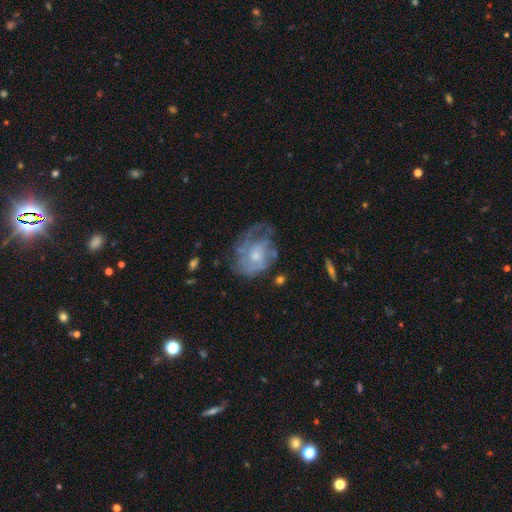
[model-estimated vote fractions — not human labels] Overall: featured or disk (70%). Edge-on disk: no (97%). Bar: no (79%). Spiral arms: yes (72%). Bulge size: small (53%; moderate 38%). Merging: none (47%; minor disturbance 25%).